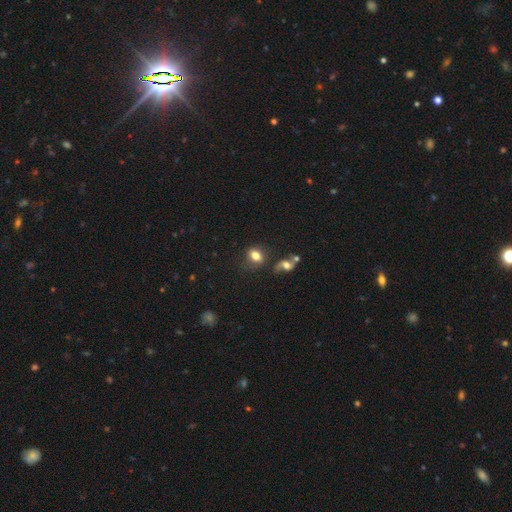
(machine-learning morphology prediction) Overall: smooth (76%). How rounded: in between (62%; round 36%). Merging: none (58%; minor disturbance 20%).